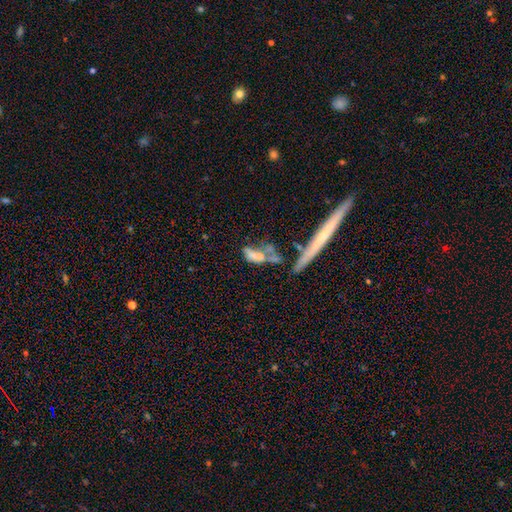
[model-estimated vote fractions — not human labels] Q: Smooth or featured?
A: smooth (49%); runner-up: featured or disk (38%)
Q: Merging?
A: merger (40%); runner-up: major disturbance (27%)